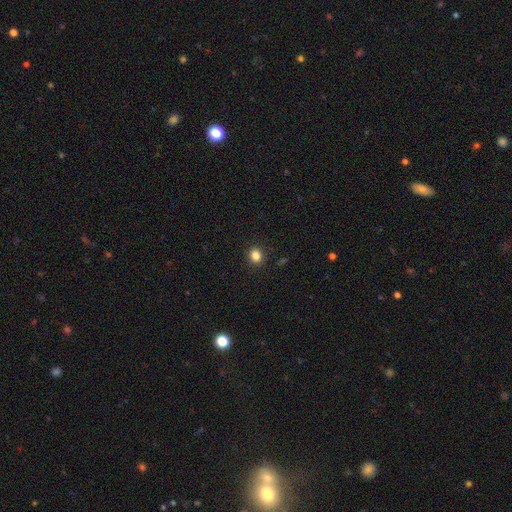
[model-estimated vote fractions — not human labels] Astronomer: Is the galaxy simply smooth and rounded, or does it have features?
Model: smooth — 85%.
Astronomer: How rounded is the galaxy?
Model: round — 76%.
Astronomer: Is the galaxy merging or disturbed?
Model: none — 91%.